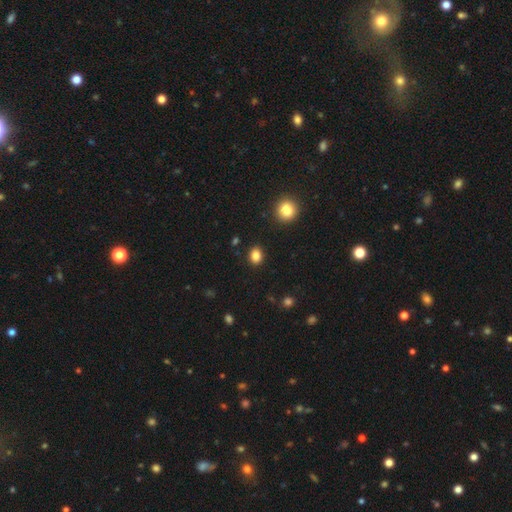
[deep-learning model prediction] Q: Smooth or featured?
A: smooth (85%); runner-up: star or artifact (11%)
Q: How rounded?
A: in between (53%); runner-up: round (46%)
Q: Merging?
A: none (89%); runner-up: minor disturbance (7%)